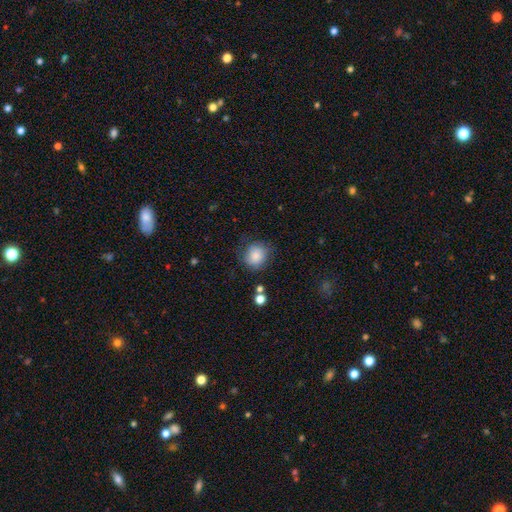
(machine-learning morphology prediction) Smooth or featured: smooth — 83% (star or artifact — 8%)
How rounded: round — 84% (in between — 15%)
Merging: none — 71% (minor disturbance — 19%)